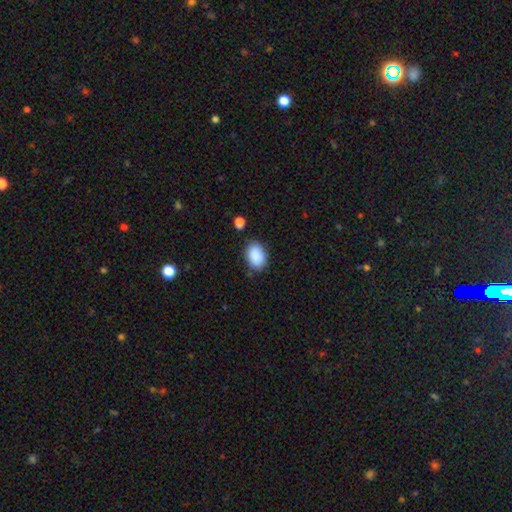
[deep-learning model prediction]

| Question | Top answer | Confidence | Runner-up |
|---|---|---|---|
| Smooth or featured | smooth | 89% | star or artifact (7%) |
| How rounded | in between | 84% | round (15%) |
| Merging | none | 77% | minor disturbance (16%) |